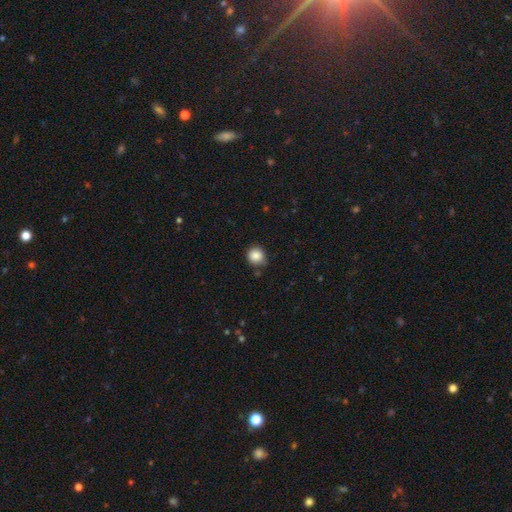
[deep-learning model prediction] Smooth or featured: smooth — 87% (star or artifact — 10%)
How rounded: round — 88% (in between — 11%)
Merging: none — 74% (minor disturbance — 20%)